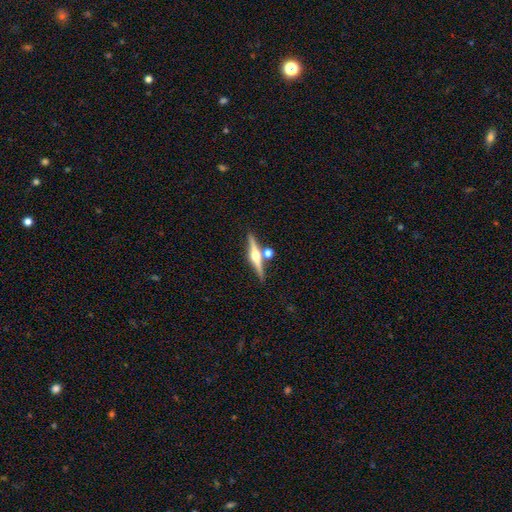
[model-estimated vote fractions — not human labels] Smooth or featured?
  - featured or disk: 78% *
  - smooth: 17%
  - star or artifact: 6%
Edge-on disk?
  - yes: 98% *
  - no: 2%
Edge-on bulge?
  - rounded: 95% *
  - boxy: 2%
  - none: 2%
Merging?
  - none: 77% *
  - merger: 13%
  - minor disturbance: 7%
  - major disturbance: 2%